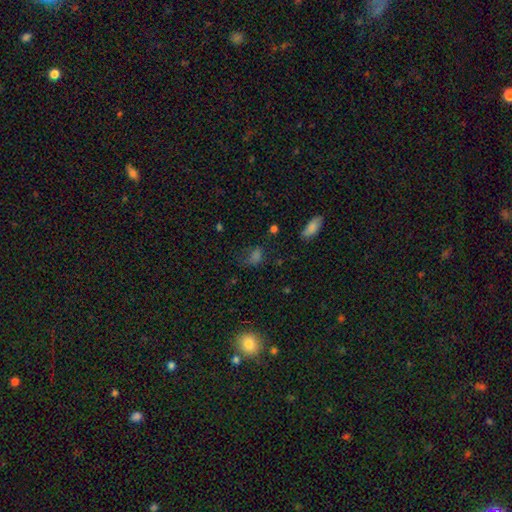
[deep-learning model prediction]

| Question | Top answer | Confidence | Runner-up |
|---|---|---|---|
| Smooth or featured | smooth | 63% | star or artifact (26%) |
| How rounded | in between | 67% | round (29%) |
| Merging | none | 52% | minor disturbance (25%) |